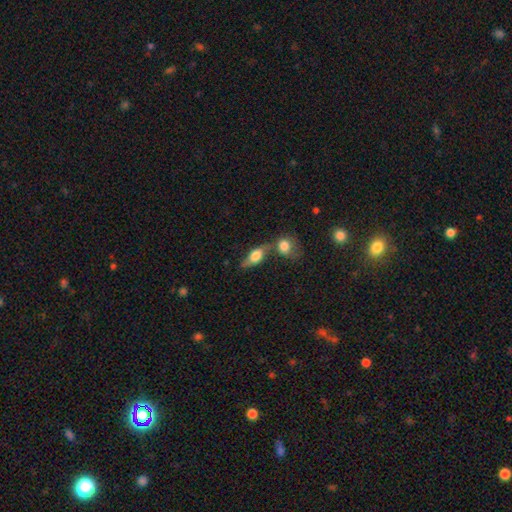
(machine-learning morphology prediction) The model was most divided on "merging": merger: 41%, none: 39%, minor disturbance: 13%, major disturbance: 7%. More confident: how rounded — in between (73%); smooth or featured — smooth (60%).